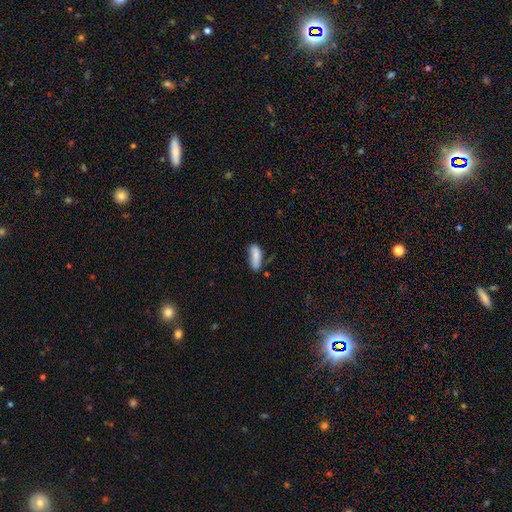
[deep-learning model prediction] smooth 82%, featured or disk 12%, star or artifact 7%. Down the decision tree: how rounded — in between (68%); merging — none (58%).